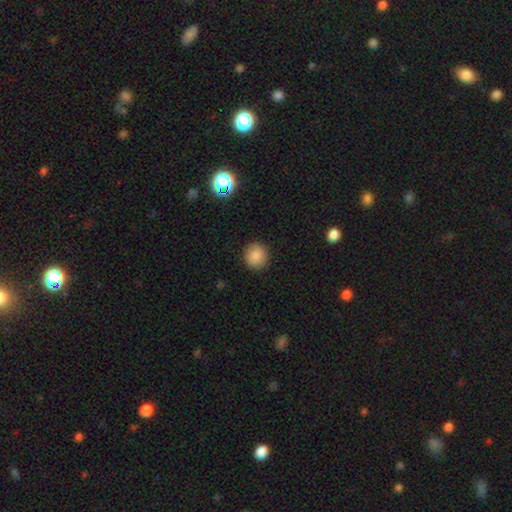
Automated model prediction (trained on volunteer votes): Smooth or featured?
  - smooth: 86% *
  - star or artifact: 10%
  - featured or disk: 5%
How rounded?
  - round: 92% *
  - in between: 7%
  - cigar-shaped: 1%
Merging?
  - none: 91% *
  - minor disturbance: 6%
  - major disturbance: 2%
  - merger: 1%